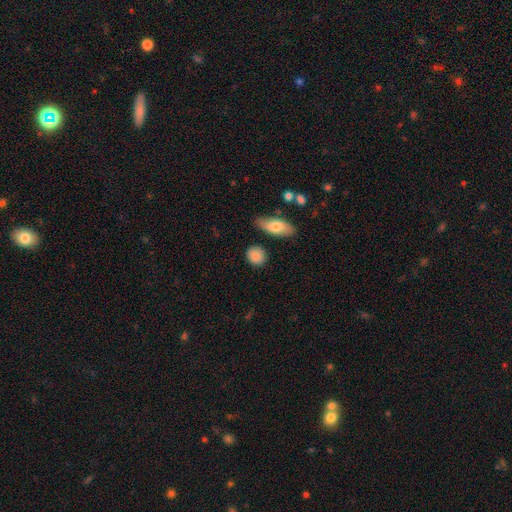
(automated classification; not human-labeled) The model was most divided on "how rounded": round: 68%, in between: 29%, cigar-shaped: 3%. More confident: smooth or featured — smooth (86%); merging — none (82%).